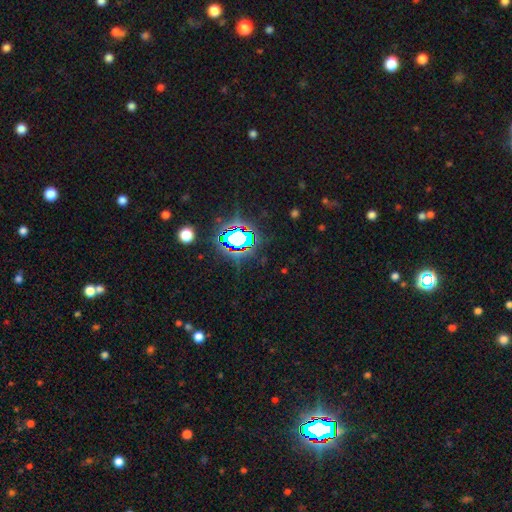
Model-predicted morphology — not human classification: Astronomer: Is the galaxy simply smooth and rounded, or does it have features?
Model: star or artifact — 80%.